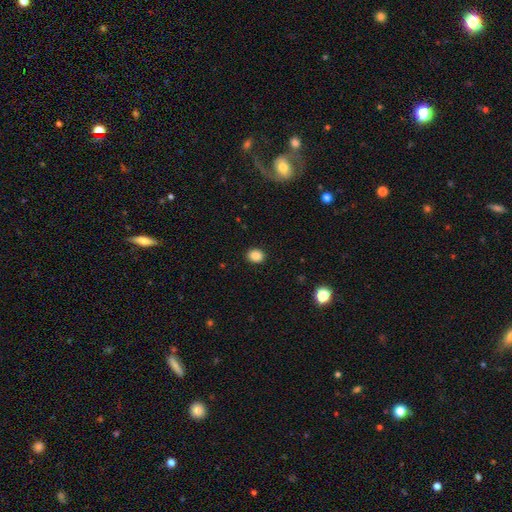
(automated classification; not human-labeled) Morphology: type=smooth (87%); roundness=round (56%); merging=none (91%).